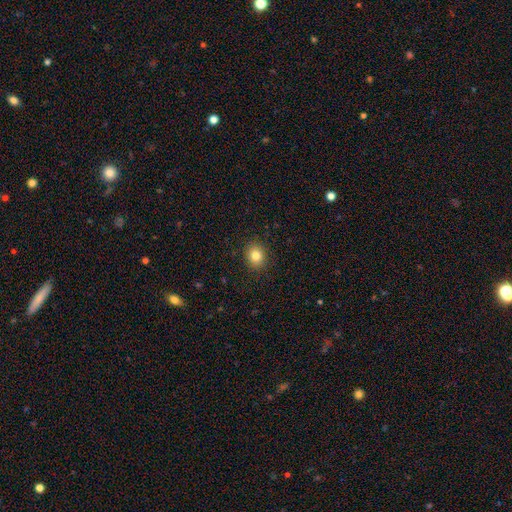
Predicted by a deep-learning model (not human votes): Overall: smooth (83%). How rounded: round (70%). Merging: none (90%).